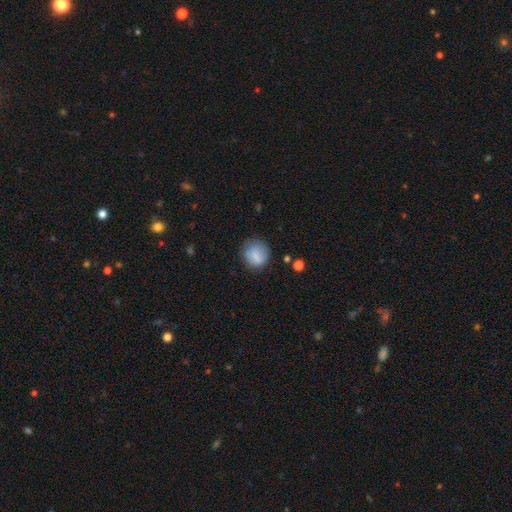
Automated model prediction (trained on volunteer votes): A smooth galaxy with no disk features (81%) that is round (82%).

Vote fractions:
- Smooth or featured? smooth: 81% / featured or disk: 11% / star or artifact: 8%
- How rounded? round: 82% / in between: 17% / cigar-shaped: 1%
- Merging? none: 74% / minor disturbance: 18% / major disturbance: 6% / merger: 2%